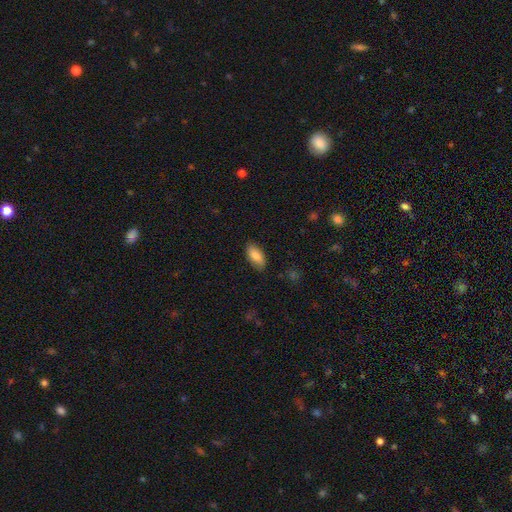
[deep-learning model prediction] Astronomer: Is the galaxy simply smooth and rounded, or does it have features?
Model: smooth — 84%.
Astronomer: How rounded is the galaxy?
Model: in between — 89%.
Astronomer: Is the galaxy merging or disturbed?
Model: none — 85%.